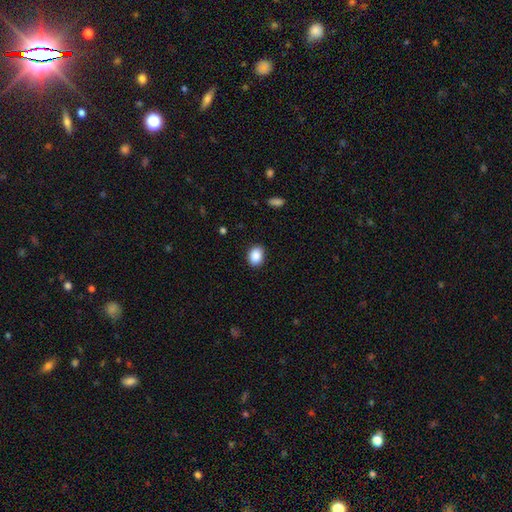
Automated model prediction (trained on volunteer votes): Smooth or featured: smooth — 89% (star or artifact — 8%)
How rounded: in between — 63% (round — 36%)
Merging: none — 89% (minor disturbance — 8%)